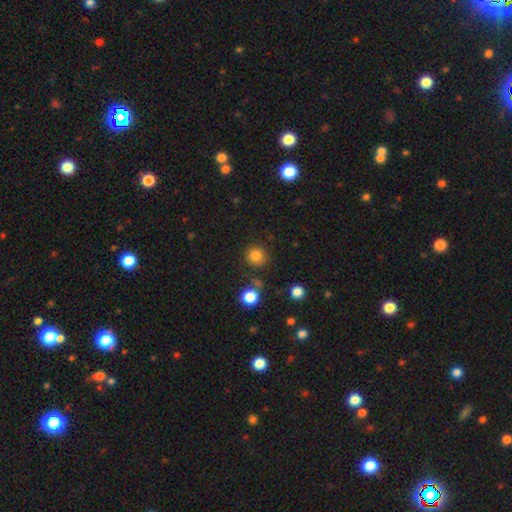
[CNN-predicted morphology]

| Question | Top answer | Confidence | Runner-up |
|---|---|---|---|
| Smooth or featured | smooth | 82% | star or artifact (12%) |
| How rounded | round | 91% | in between (8%) |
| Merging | none | 81% | minor disturbance (11%) |